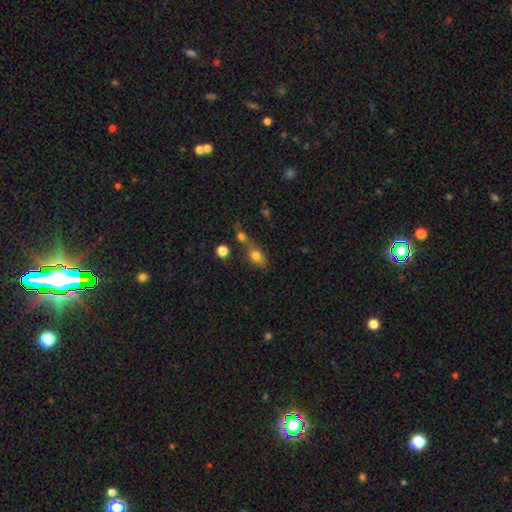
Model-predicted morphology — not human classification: A smooth galaxy with no disk features (76%) that is in between round and cigar-shaped (67%).

Vote fractions:
- Smooth or featured? smooth: 76% / featured or disk: 12% / star or artifact: 11%
- How rounded? in between: 67% / round: 29% / cigar-shaped: 5%
- Merging? merger: 44% / none: 37% / minor disturbance: 12% / major disturbance: 8%